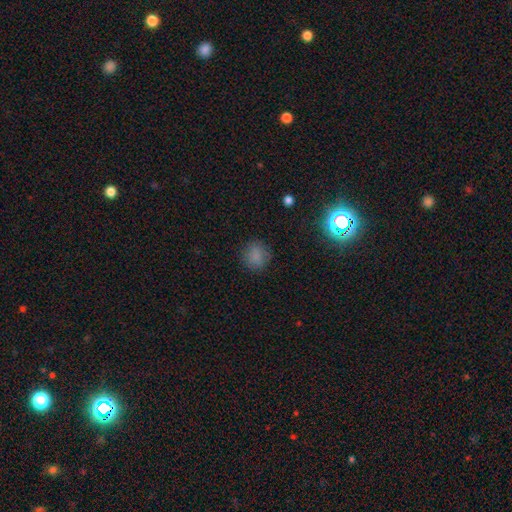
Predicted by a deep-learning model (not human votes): Q: Smooth or featured?
A: smooth (81%); runner-up: star or artifact (13%)
Q: How rounded?
A: round (84%); runner-up: in between (15%)
Q: Merging?
A: none (84%); runner-up: minor disturbance (11%)